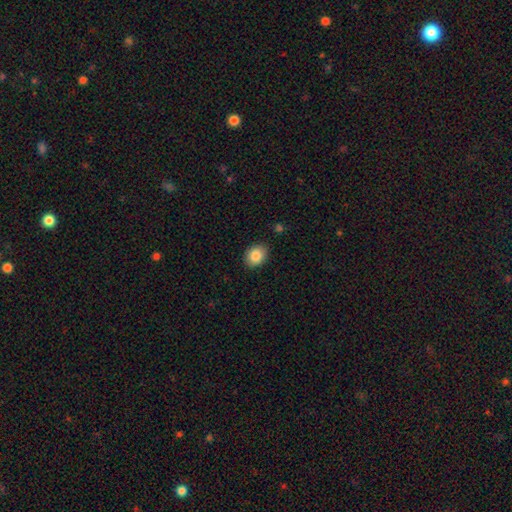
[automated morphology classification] Overall: smooth (87%). How rounded: round (51%; in between 48%). Merging: none (88%).